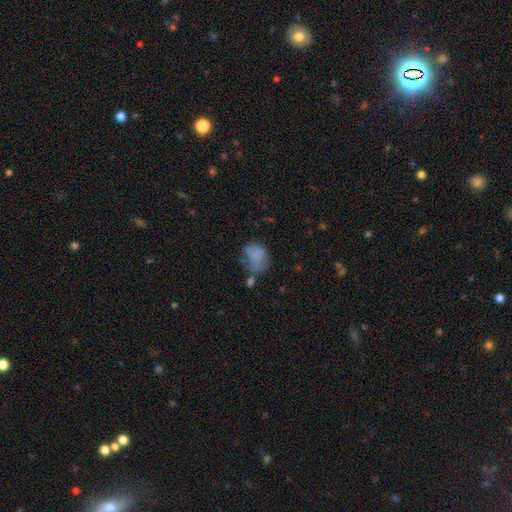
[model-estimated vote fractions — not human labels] Overall: smooth (68%). How rounded: in between (61%; round 38%). Merging: none (33%; major disturbance 30%).